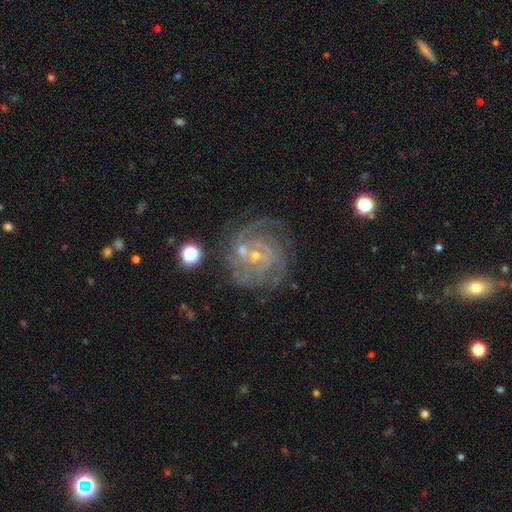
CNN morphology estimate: featured or disk 84%, star or artifact 8%, smooth 7%. Down the decision tree: edge-on disk — no (98%); bar — no (64%); spiral arms — yes (95%); spiral arm count — can't tell (29%); spiral winding — tight (71%); bulge size — small (76%); merging — none (62%).